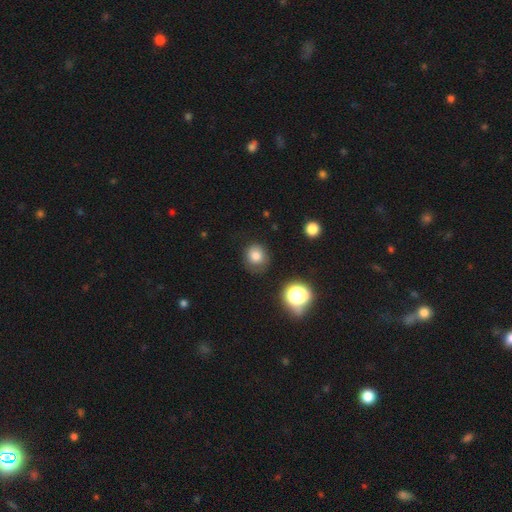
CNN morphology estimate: Smooth or featured: smooth — 77% (star or artifact — 14%)
How rounded: round — 81% (in between — 18%)
Merging: none — 74% (minor disturbance — 18%)